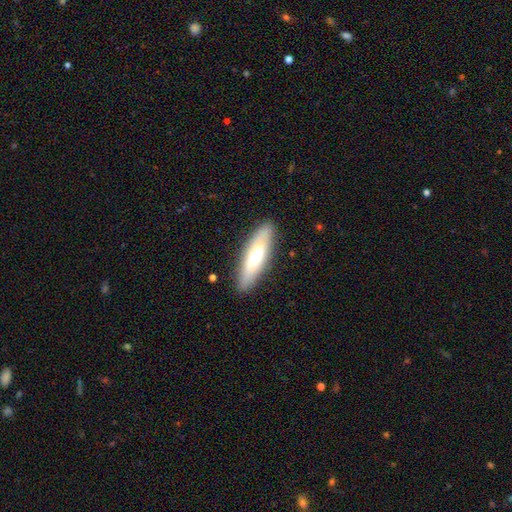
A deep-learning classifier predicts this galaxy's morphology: type=smooth (61%); roundness=cigar-shaped (61%); merging=none (87%).